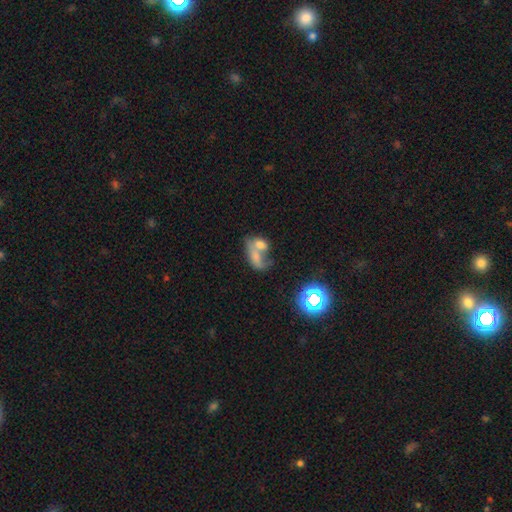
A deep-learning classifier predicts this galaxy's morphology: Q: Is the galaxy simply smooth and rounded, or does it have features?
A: smooth — 60%.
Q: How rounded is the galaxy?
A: in between — 80%.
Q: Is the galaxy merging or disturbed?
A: merger — 67%.